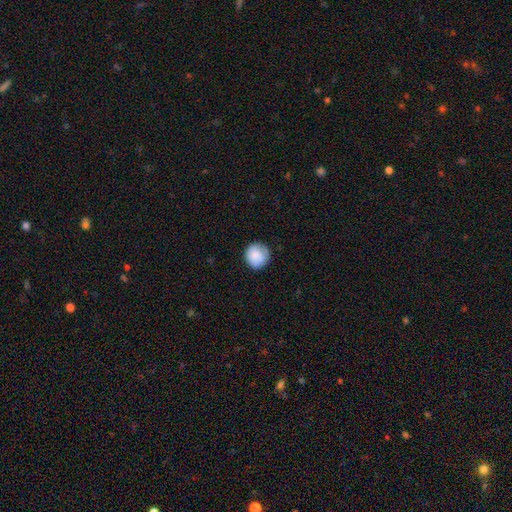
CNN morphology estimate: type=smooth (85%); roundness=round (92%); merging=none (81%).